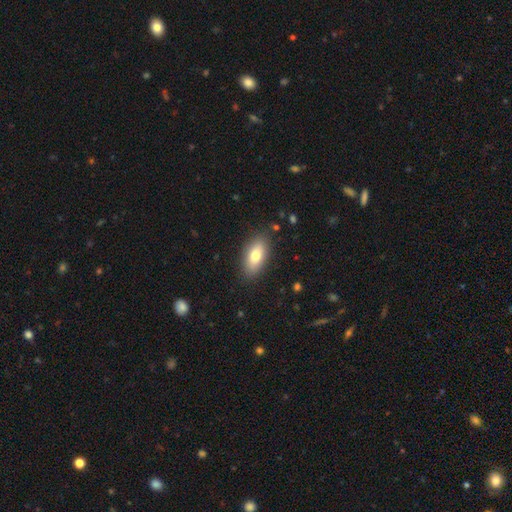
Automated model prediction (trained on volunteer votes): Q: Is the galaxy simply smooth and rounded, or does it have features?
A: smooth — 74%.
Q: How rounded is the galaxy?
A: in between — 88%.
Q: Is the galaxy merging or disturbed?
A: none — 87%.